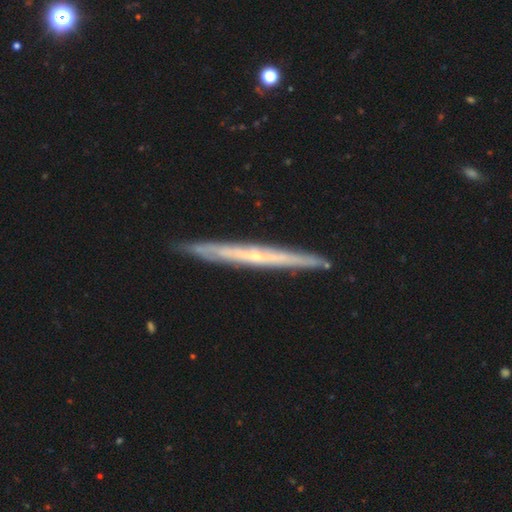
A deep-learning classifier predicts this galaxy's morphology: Smooth or featured? Predicted: featured or disk (p=0.74). Edge-on disk? Predicted: yes (p=0.95). Edge-on bulge? Predicted: none (p=0.55). Merging? Predicted: none (p=0.89).